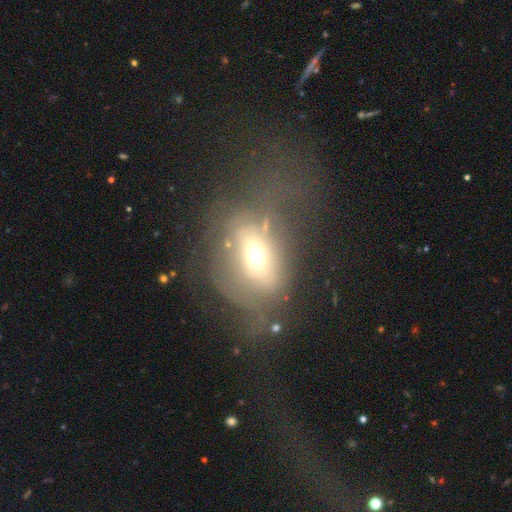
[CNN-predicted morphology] Overall: smooth (47%; featured or disk 39%). Merging: major disturbance (42%; none 32%).